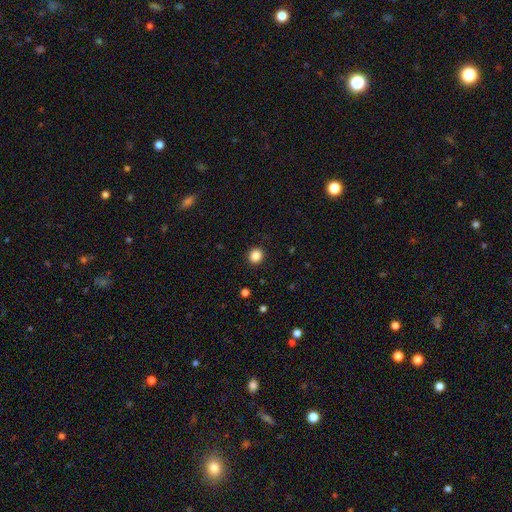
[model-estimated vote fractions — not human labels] Smooth or featured?
  - smooth: 86% *
  - star or artifact: 11%
  - featured or disk: 3%
How rounded?
  - round: 84% *
  - in between: 15%
  - cigar-shaped: 1%
Merging?
  - none: 91% *
  - minor disturbance: 6%
  - major disturbance: 2%
  - merger: 1%